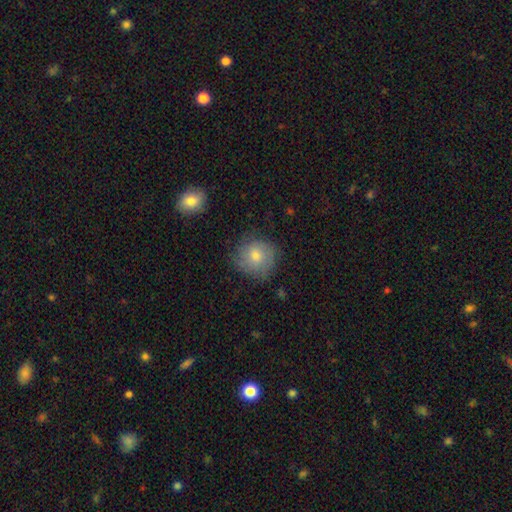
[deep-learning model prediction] A smooth galaxy with no disk features (65%) that is round (90%).

Vote fractions:
- Smooth or featured? smooth: 65% / featured or disk: 25% / star or artifact: 10%
- How rounded? round: 90% / in between: 9% / cigar-shaped: 1%
- Merging? none: 77% / minor disturbance: 16% / major disturbance: 5% / merger: 1%